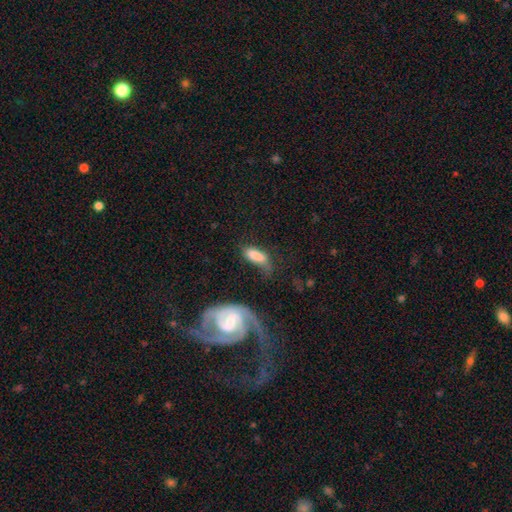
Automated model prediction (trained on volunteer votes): A smooth galaxy with no disk features (75%) that is in between round and cigar-shaped (76%).

Vote fractions:
- Smooth or featured? smooth: 75% / featured or disk: 17% / star or artifact: 8%
- How rounded? in between: 76% / cigar-shaped: 21% / round: 4%
- Merging? none: 36% / minor disturbance: 29% / major disturbance: 25% / merger: 11%